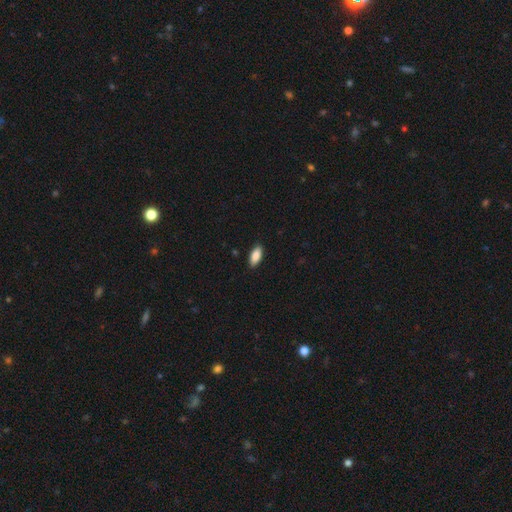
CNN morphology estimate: A smooth galaxy with no disk features (88%) that is in between round and cigar-shaped (86%). Merging: none (88%).